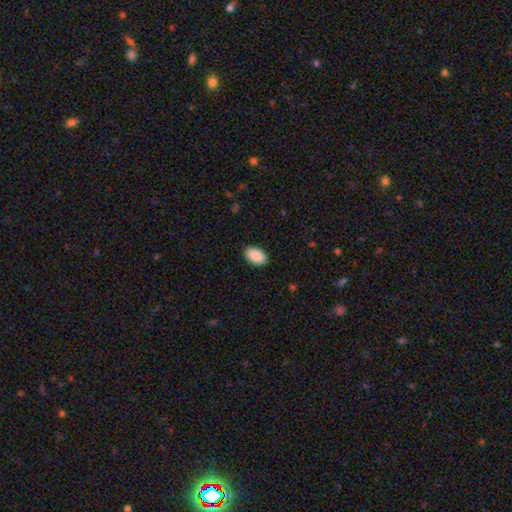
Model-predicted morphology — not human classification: Smooth or featured?
  - smooth: 91% *
  - star or artifact: 6%
  - featured or disk: 3%
How rounded?
  - in between: 93% *
  - round: 6%
  - cigar-shaped: 1%
Merging?
  - none: 89% *
  - minor disturbance: 8%
  - major disturbance: 2%
  - merger: 1%